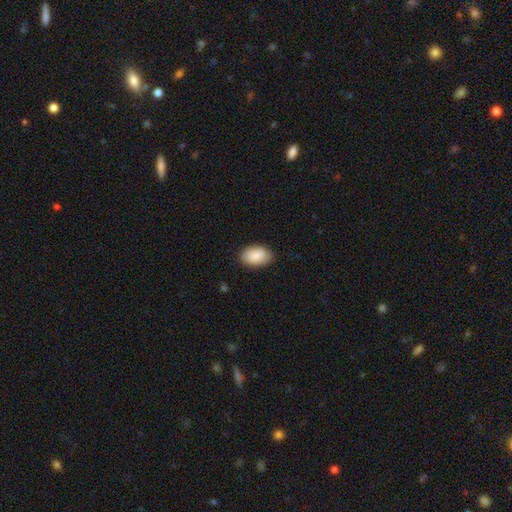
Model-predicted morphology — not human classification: This appears to be a smooth galaxy with no disk features (90%) that is in between round and cigar-shaped (93%). Merging: none (85%).